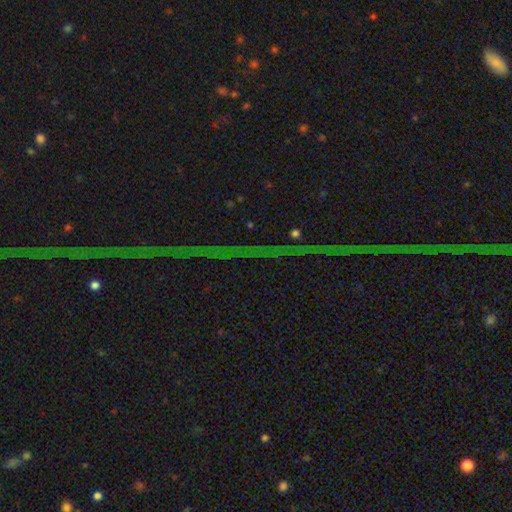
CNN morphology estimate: A star or artifact, not a galaxy (81%).

Vote fractions:
- Smooth or featured? star or artifact: 81% / featured or disk: 12% / smooth: 7%